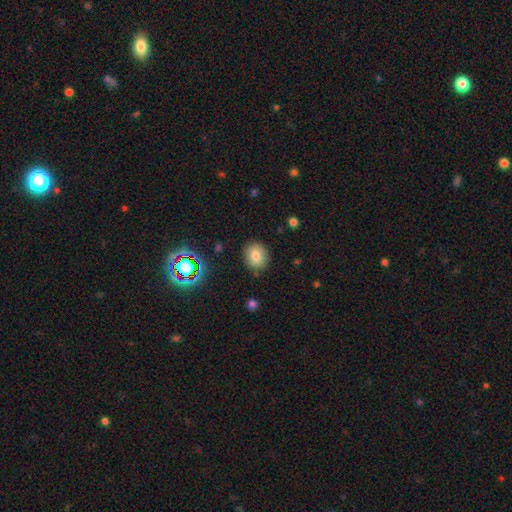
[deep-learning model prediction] The model was most divided on "how rounded": round: 70%, in between: 29%, cigar-shaped: 1%. More confident: merging — none (86%); smooth or featured — smooth (77%).